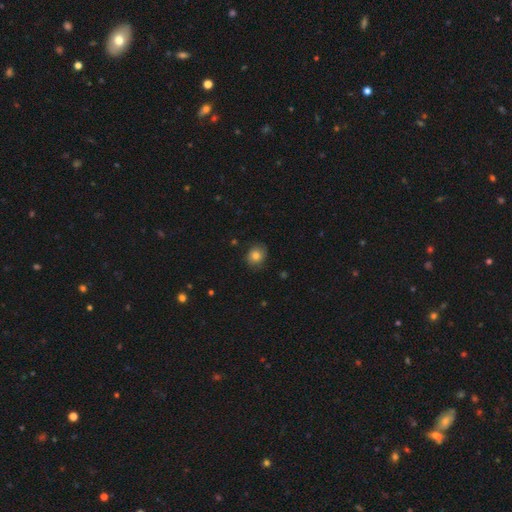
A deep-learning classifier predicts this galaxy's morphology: Smooth or featured? smooth (76%)
How rounded? round (71%)
Merging? none (78%)